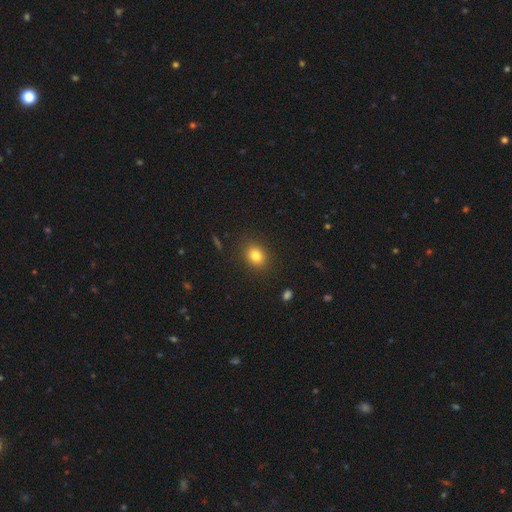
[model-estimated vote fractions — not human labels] Smooth or featured: smooth — 82% (star or artifact — 11%)
How rounded: round — 51% (in between — 48%)
Merging: none — 88% (minor disturbance — 8%)